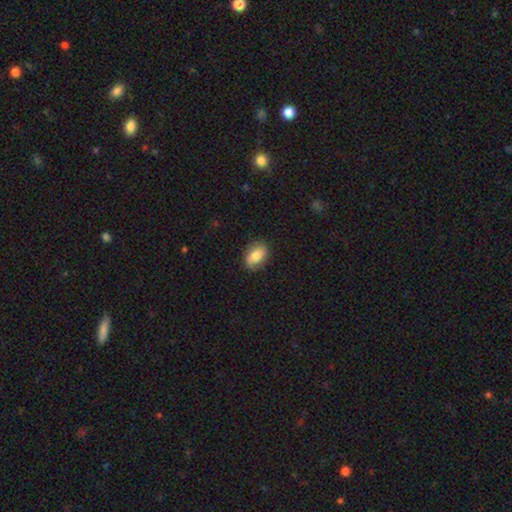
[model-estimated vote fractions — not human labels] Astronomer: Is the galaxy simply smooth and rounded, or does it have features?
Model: smooth — 77%.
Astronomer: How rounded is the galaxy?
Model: in between — 85%.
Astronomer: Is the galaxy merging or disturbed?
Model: none — 84%.